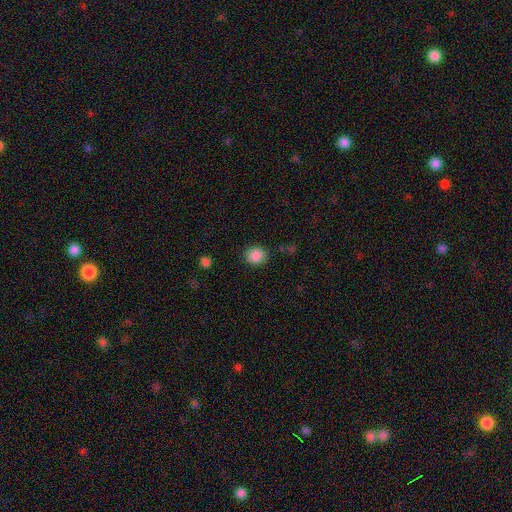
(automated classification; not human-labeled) smooth 88%, star or artifact 9%, featured or disk 3%. Down the decision tree: how rounded — round (74%); merging — none (87%).